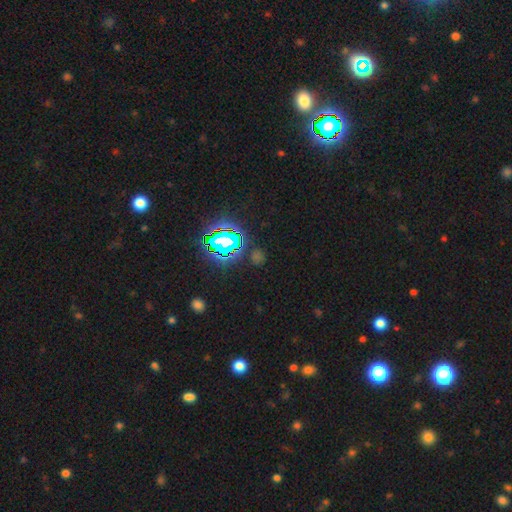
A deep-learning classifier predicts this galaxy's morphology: Smooth or featured? Predicted: star or artifact (p=0.72).